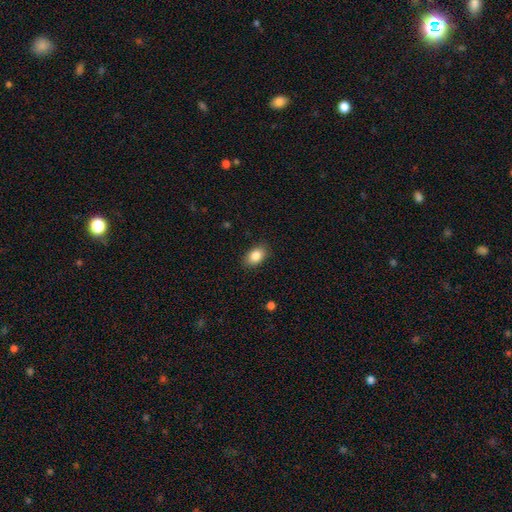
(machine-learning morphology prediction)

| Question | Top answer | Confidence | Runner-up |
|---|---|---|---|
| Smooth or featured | smooth | 85% | star or artifact (8%) |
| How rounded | in between | 86% | round (12%) |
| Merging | none | 87% | minor disturbance (10%) |